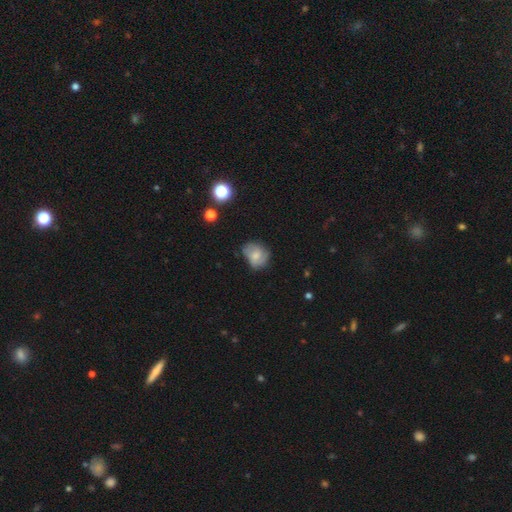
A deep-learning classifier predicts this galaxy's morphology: smooth-or-featured: smooth: 57% | featured or disk: 34% | star or artifact: 9%
  how-rounded: round: 53% | in between: 46% | cigar-shaped: 1%
  merging: none: 55% | minor disturbance: 32% | major disturbance: 11% | merger: 2%